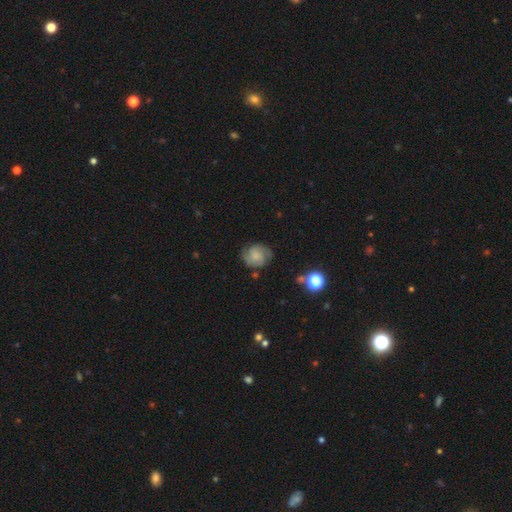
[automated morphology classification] This appears to be a featured or disk galaxy (63%) with no bar (68%), 2 (63%) tight (49%) spiral arms (93%) and a small central bulge (44%). Merging: none (73%).